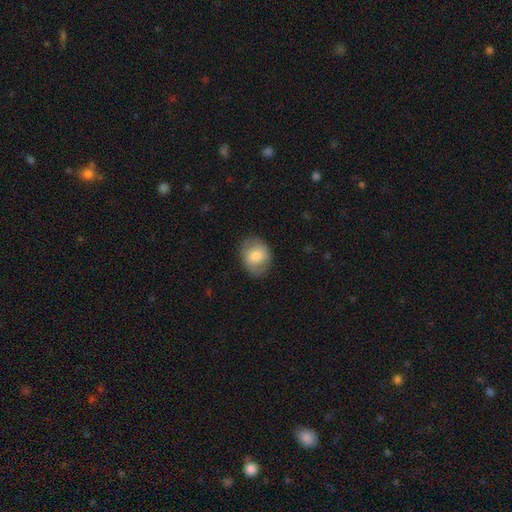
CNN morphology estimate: A smooth galaxy with no disk features (75%) that is round (52%). Merging: none (81%).